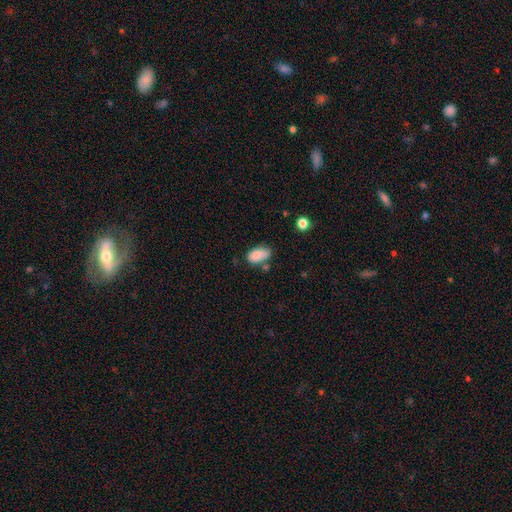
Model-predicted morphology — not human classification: Smooth or featured? smooth (84%)
How rounded? in between (92%)
Merging? none (55%)